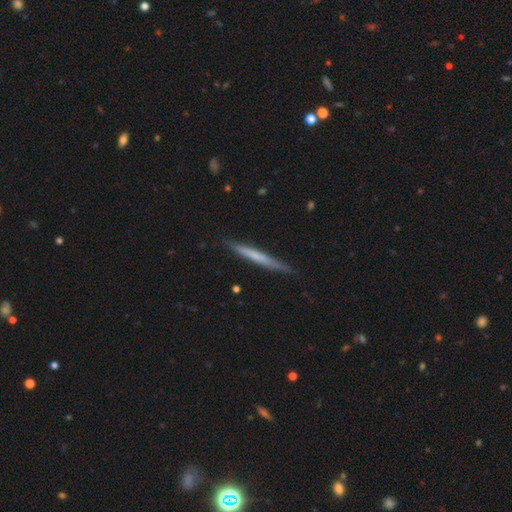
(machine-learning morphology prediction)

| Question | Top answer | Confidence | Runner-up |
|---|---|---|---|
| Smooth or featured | smooth | 50% | featured or disk (45%) |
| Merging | none | 86% | minor disturbance (11%) |